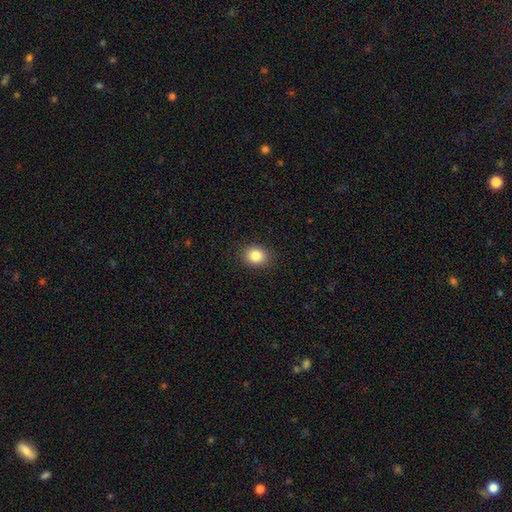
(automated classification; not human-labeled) Smooth or featured: smooth — 85% (star or artifact — 10%)
How rounded: round — 60% (in between — 39%)
Merging: none — 89% (minor disturbance — 8%)